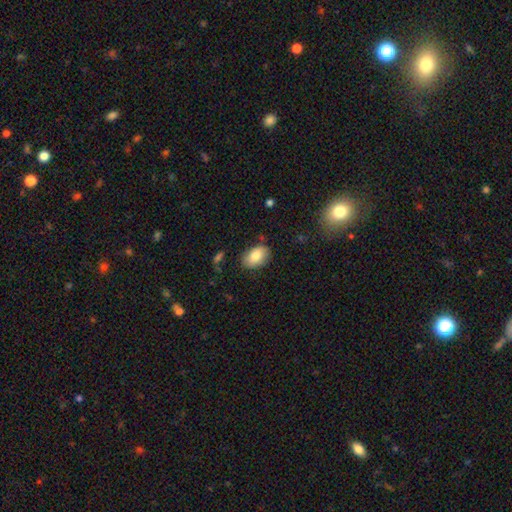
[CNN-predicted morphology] Overall: smooth (81%). How rounded: in between (89%). Merging: none (81%).